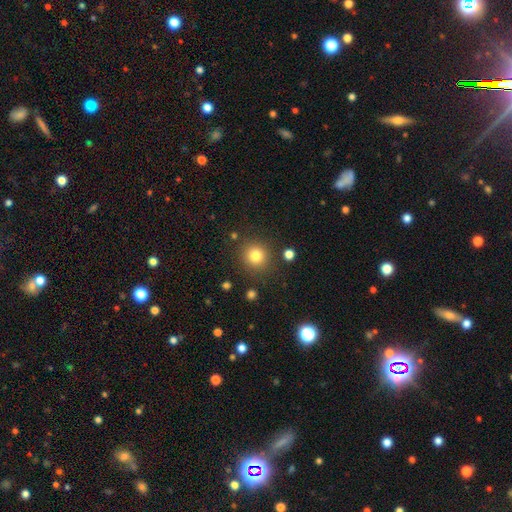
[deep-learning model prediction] A smooth galaxy with no disk features (81%) that is round (92%).

Vote fractions:
- Smooth or featured? smooth: 81% / star or artifact: 12% / featured or disk: 7%
- How rounded? round: 92% / in between: 7% / cigar-shaped: 1%
- Merging? none: 87% / minor disturbance: 7% / major disturbance: 3% / merger: 3%